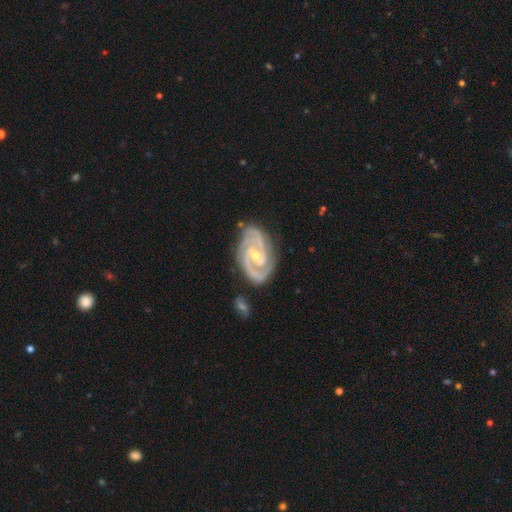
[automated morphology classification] smooth_or_featured: featured or disk (p=0.93) [alt: star or artifact p=0.04]
disk_edge_on: no (p=0.97) [alt: yes p=0.03]
bar: weak (p=0.42) [alt: no p=0.39]
has_spiral_arms: yes (p=0.99) [alt: no p=0.01]
spiral_winding: tight (p=0.63) [alt: medium p=0.33]
spiral_arm_count: 2 (p=0.66) [alt: 3 p=0.22]
bulge_size: small (p=0.58) [alt: moderate p=0.39]
merging: none (p=0.74) [alt: minor disturbance p=0.19]